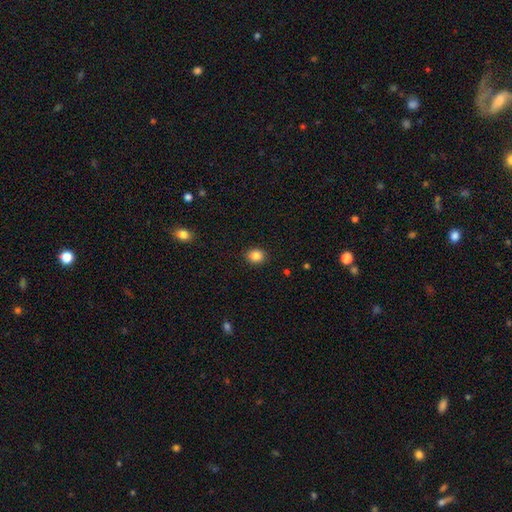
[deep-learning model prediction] This appears to be a smooth galaxy with no disk features (86%) that is round (65%). Merging: none (90%).